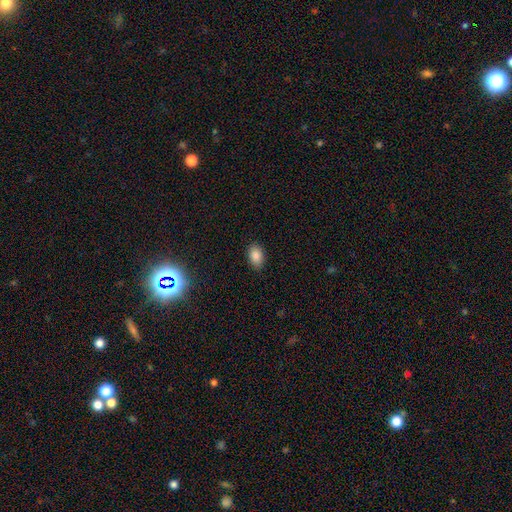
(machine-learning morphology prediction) The model was most divided on "smooth or featured": smooth: 86%, star or artifact: 9%, featured or disk: 5%. More confident: how rounded — in between (89%); merging — none (88%).